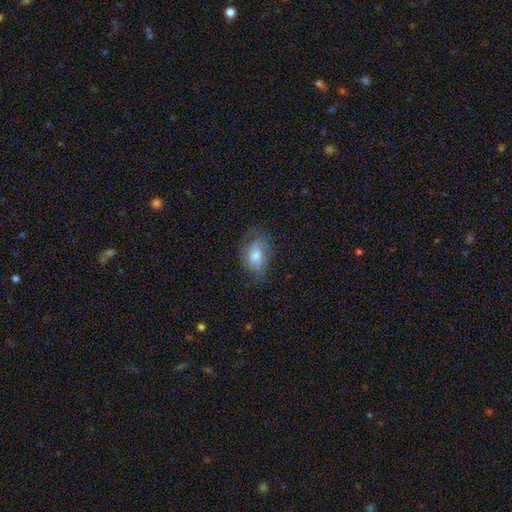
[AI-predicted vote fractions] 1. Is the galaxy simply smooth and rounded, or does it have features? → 62% smooth, 29% featured or disk, 9% star or artifact.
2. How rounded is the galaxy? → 86% in between, 12% round, 2% cigar-shaped.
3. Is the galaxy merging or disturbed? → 56% none, 26% minor disturbance, 16% major disturbance, 1% merger.